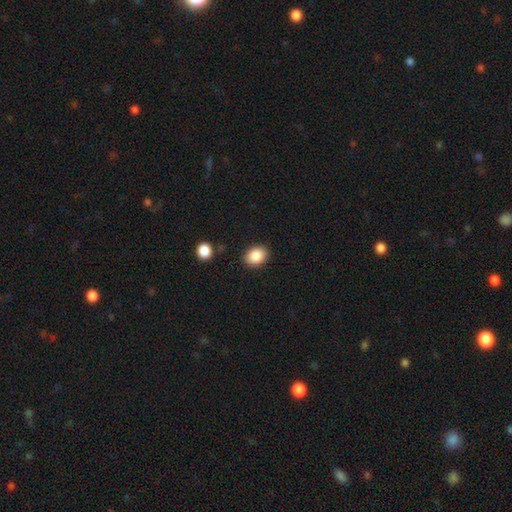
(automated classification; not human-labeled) A smooth galaxy with no disk features (88%) that is in between round and cigar-shaped (63%). Merging: none (87%).